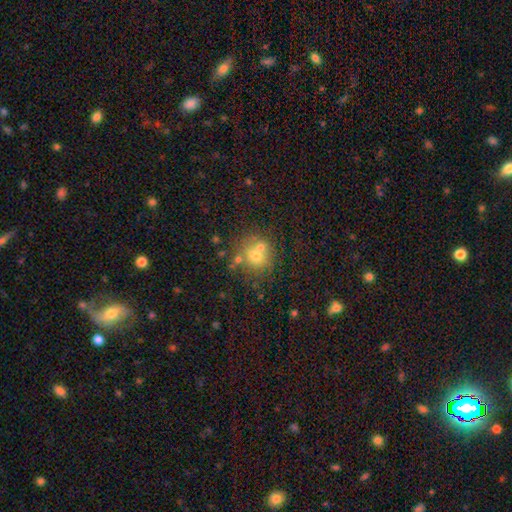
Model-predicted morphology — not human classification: The model was most divided on "merging": none: 50%, merger: 34%, minor disturbance: 11%, major disturbance: 5%. More confident: how rounded — round (81%); smooth or featured — smooth (59%).